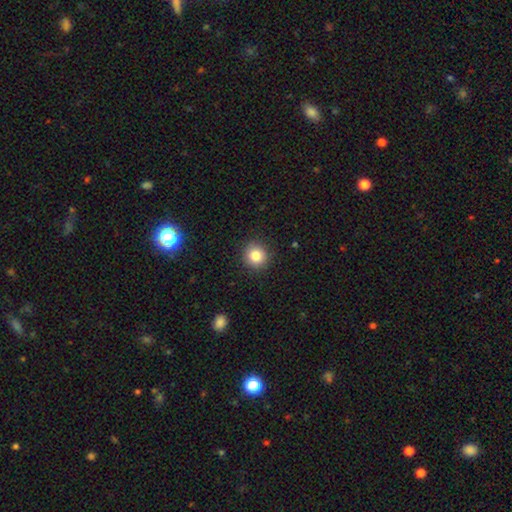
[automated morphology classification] Overall: smooth (83%). How rounded: round (92%). Merging: none (91%).